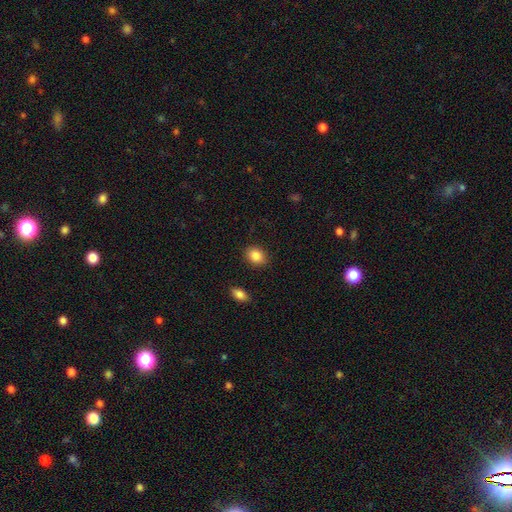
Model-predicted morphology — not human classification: Overall: smooth (87%). How rounded: in between (59%; round 40%). Merging: none (87%).